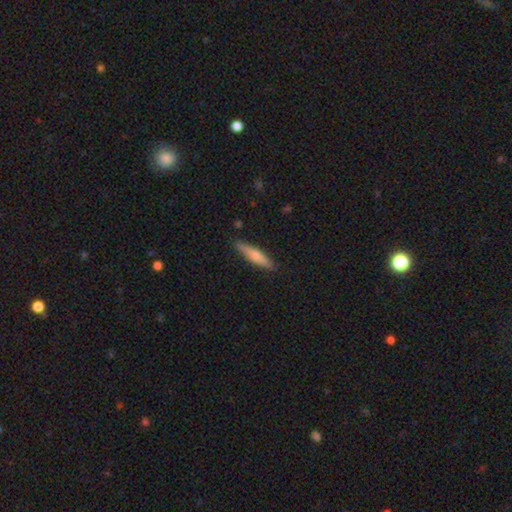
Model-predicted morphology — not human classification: Smooth or featured: smooth — 64% (featured or disk — 30%)
How rounded: cigar-shaped — 83% (in between — 15%)
Merging: none — 87% (minor disturbance — 10%)